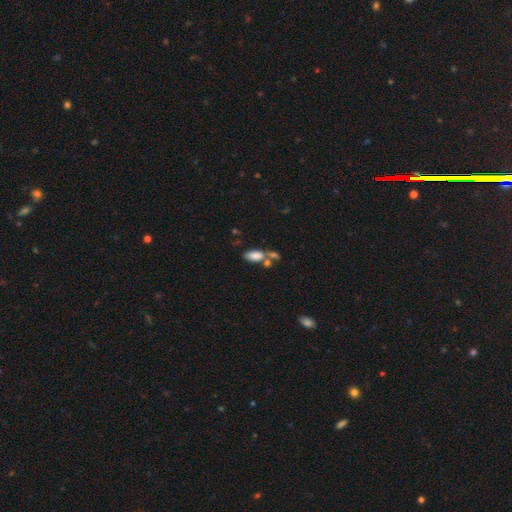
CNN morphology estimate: The model was most divided on "merging": merger: 44%, none: 38%, minor disturbance: 12%, major disturbance: 6%. More confident: how rounded — in between (89%); smooth or featured — smooth (80%).